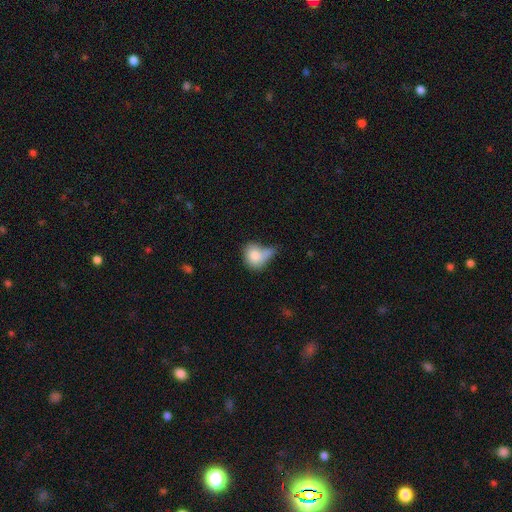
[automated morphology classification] A smooth galaxy with no disk features (78%) that is round (50%). Merging: merger (27%, tied with none).